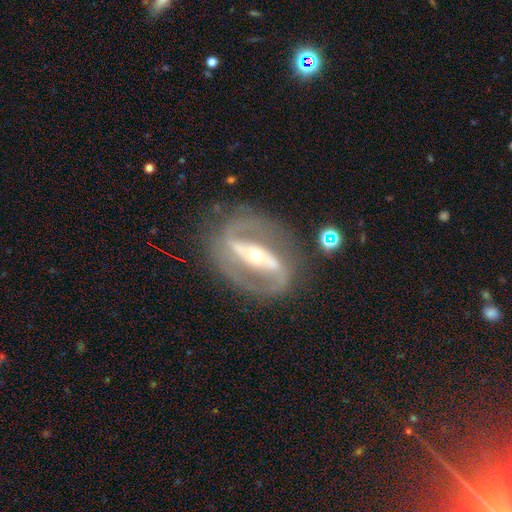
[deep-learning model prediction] Smooth or featured? featured or disk (88%)
Edge-on disk? no (94%)
Bar? strong (67%)
Spiral arms? yes (89%)
Spiral winding? medium (50%)
Spiral arm count? 2 (90%)
Bulge size? small (53%)
Merging? none (77%)